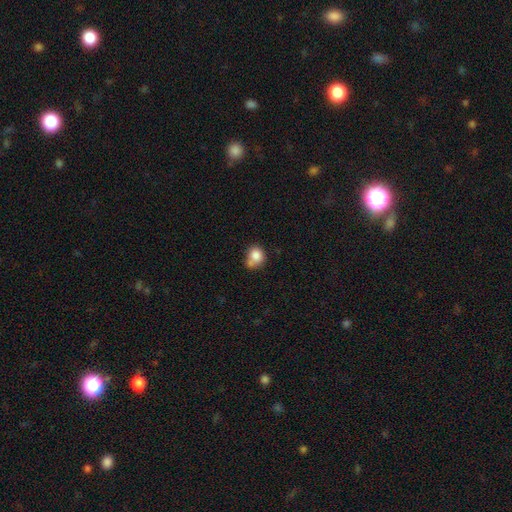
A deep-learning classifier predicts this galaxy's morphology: smooth 82%, star or artifact 10%, featured or disk 8%. Down the decision tree: how rounded — round (68%); merging — none (45%).